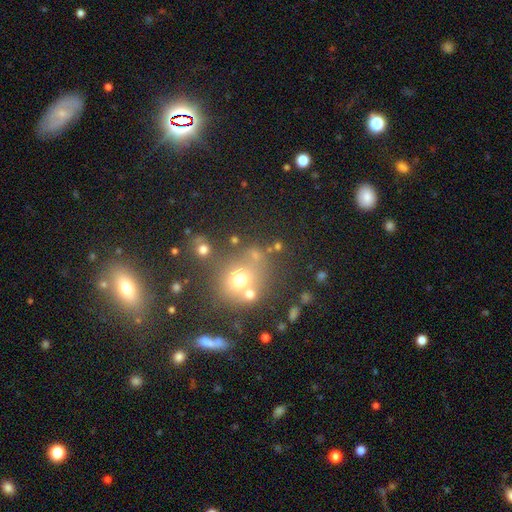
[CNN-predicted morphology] Smooth or featured?
  - smooth: 62% *
  - star or artifact: 24%
  - featured or disk: 14%
How rounded?
  - round: 80% *
  - in between: 19%
  - cigar-shaped: 1%
Merging?
  - none: 58% *
  - merger: 23%
  - minor disturbance: 12%
  - major disturbance: 7%